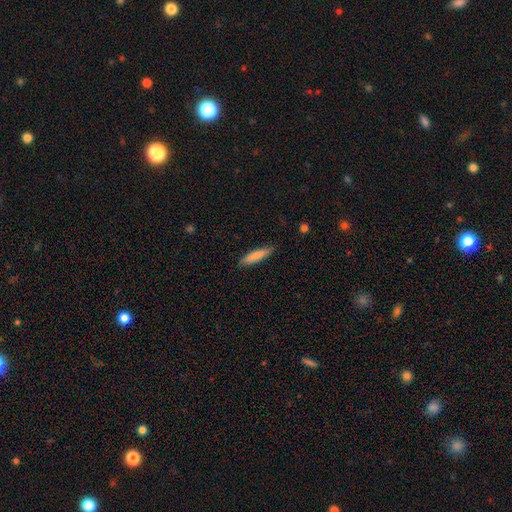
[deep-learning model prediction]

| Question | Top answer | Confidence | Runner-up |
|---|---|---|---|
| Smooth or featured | smooth | 82% | featured or disk (12%) |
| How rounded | cigar-shaped | 79% | in between (20%) |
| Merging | none | 87% | minor disturbance (10%) |